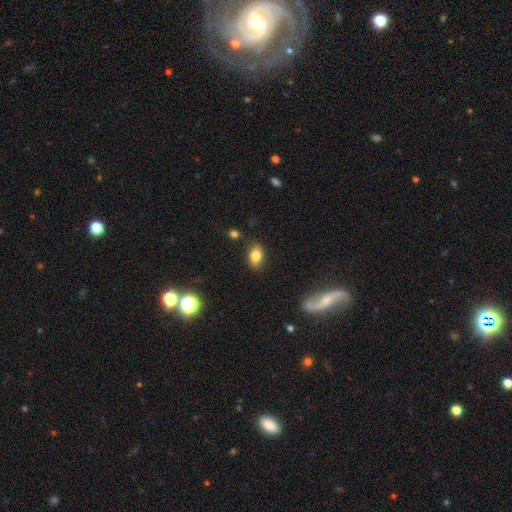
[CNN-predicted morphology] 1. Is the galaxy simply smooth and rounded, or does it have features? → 82% smooth, 10% star or artifact, 9% featured or disk.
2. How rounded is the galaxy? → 84% in between, 14% round, 2% cigar-shaped.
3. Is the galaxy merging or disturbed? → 84% none, 11% minor disturbance, 3% major disturbance, 3% merger.